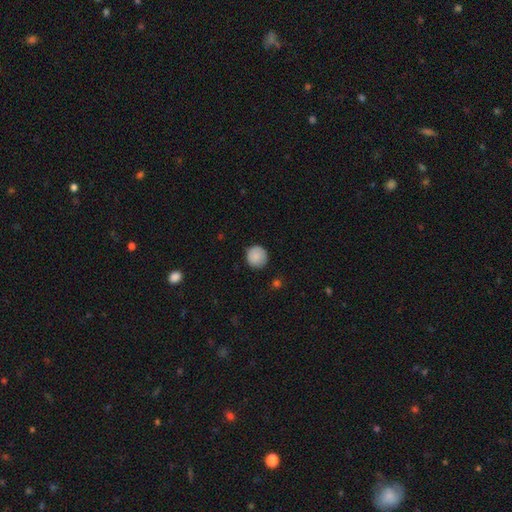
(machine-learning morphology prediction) A smooth galaxy with no disk features (88%) that is round (94%). Merging: none (87%).